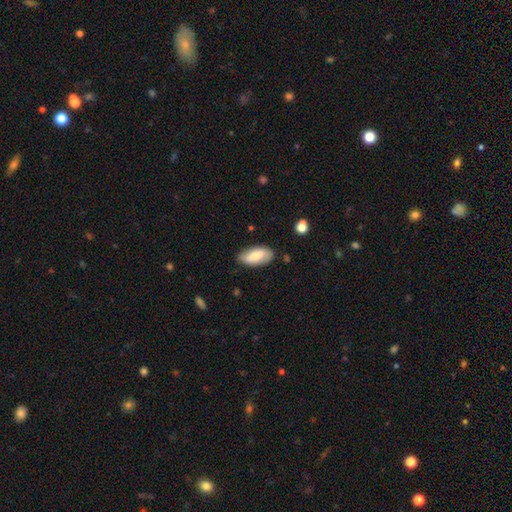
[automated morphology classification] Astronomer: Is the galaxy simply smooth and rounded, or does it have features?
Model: smooth — 75%.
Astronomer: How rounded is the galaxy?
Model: in between — 91%.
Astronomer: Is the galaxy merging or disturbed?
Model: none — 76%.